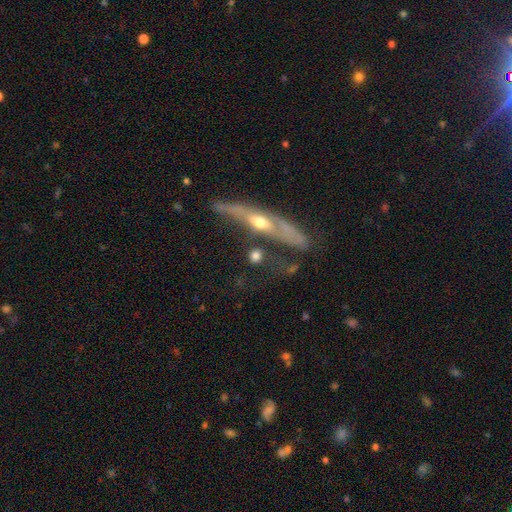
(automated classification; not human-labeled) Smooth or featured: smooth — 61% (featured or disk — 29%)
How rounded: round — 63% (in between — 19%)
Merging: none — 64% (minor disturbance — 15%)